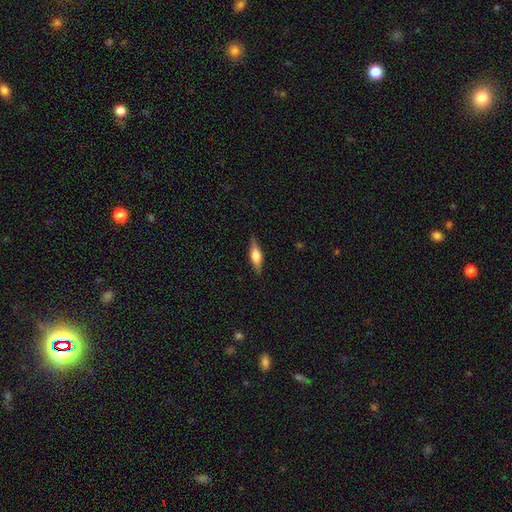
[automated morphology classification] Overall: featured or disk (47%; smooth 46%). Merging: none (86%).